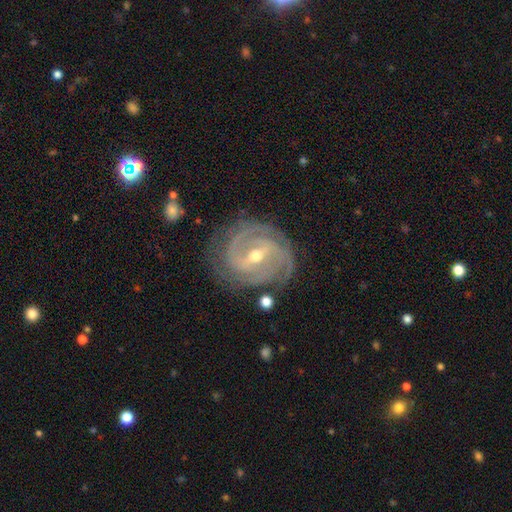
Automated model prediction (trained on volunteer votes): Smooth or featured? featured or disk (90%)
Edge-on disk? no (97%)
Bar? strong (45%)
Spiral arms? yes (97%)
Spiral winding? tight (62%)
Spiral arm count? 2 (39%)
Bulge size? small (49%)
Merging? none (78%)